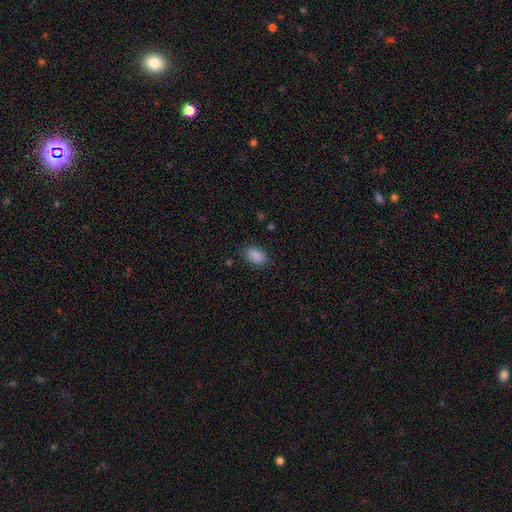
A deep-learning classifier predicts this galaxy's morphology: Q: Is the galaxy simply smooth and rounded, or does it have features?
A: smooth — 88%.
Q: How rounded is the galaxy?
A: in between — 88%.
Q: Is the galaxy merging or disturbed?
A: none — 84%.